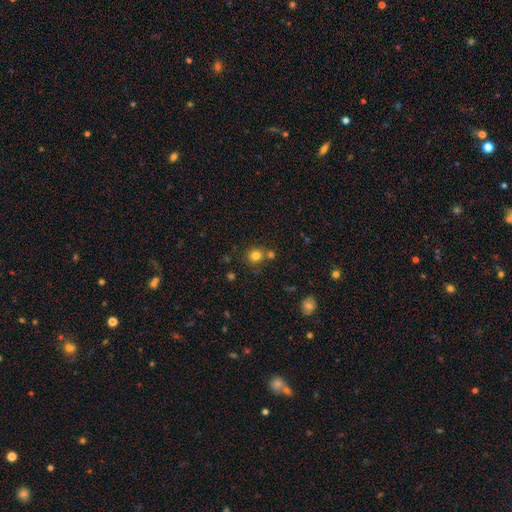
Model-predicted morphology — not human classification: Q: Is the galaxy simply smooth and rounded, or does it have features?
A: smooth — 80%.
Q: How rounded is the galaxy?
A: round — 85%.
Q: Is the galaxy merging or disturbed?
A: none — 69%.